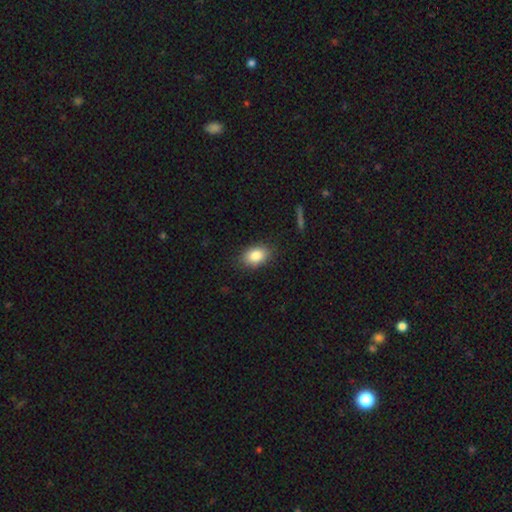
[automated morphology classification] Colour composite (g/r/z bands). It shows a smooth galaxy with no disk features (84%) that is in between round and cigar-shaped (82%). Merging: none (84%).